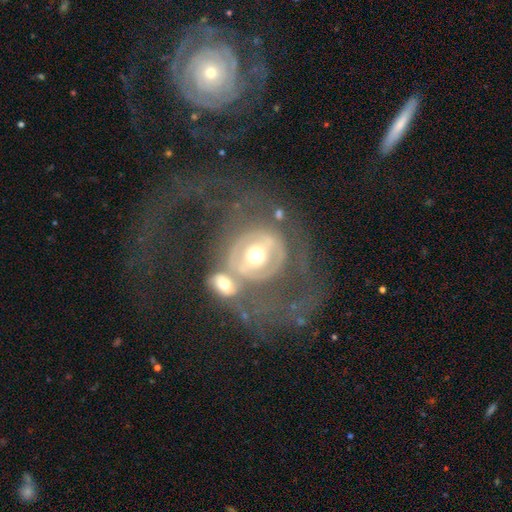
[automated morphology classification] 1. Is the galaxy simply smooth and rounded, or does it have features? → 76% featured or disk, 17% smooth, 7% star or artifact.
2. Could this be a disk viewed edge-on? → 95% no, 5% yes.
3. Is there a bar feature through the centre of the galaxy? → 46% no, 30% weak, 24% strong.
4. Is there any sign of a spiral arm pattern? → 54% yes, 46% no.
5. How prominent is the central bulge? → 69% moderate, 16% small, 12% large, 2% dominant, 1% none.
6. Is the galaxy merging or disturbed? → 32% none, 30% merger, 24% major disturbance, 13% minor disturbance.